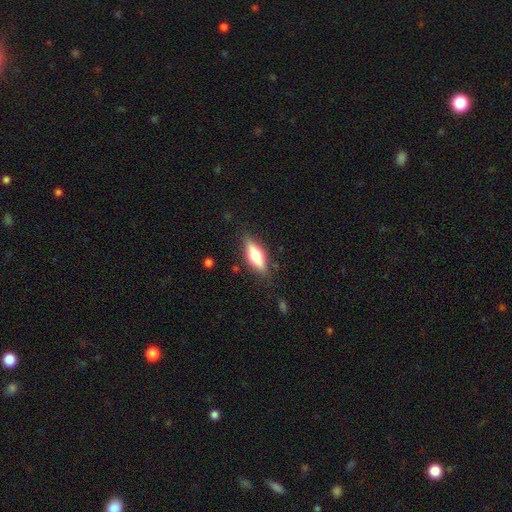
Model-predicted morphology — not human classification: smooth_or_featured: smooth (p=0.56) [alt: featured or disk p=0.37]
how_rounded: in between (p=0.61) [alt: cigar-shaped p=0.36]
merging: none (p=0.82) [alt: minor disturbance p=0.13]